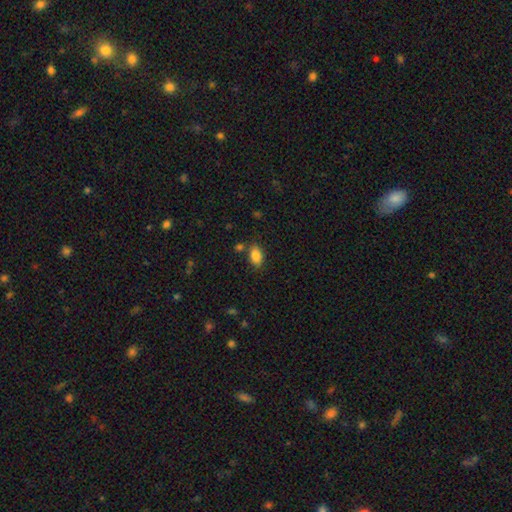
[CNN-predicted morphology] This is clearly a smooth galaxy (86%). How rounded: clearly in between (91%). Merging: likely none (78%).